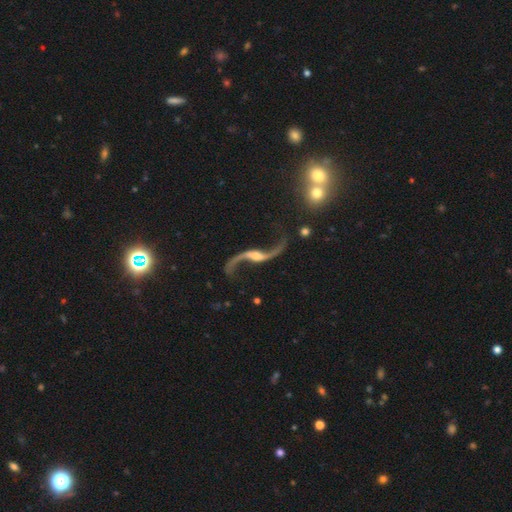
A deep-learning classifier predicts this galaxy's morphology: Smooth or featured? Predicted: featured or disk (p=0.92). Edge-on disk? Predicted: no (p=0.93). Bar? Predicted: no (p=0.41). Spiral arms? Predicted: yes (p=0.97). Spiral winding? Predicted: loose (p=0.96). Spiral arm count? Predicted: 2 (p=0.95). Bulge size? Predicted: moderate (p=0.39). Merging? Predicted: none (p=0.75).